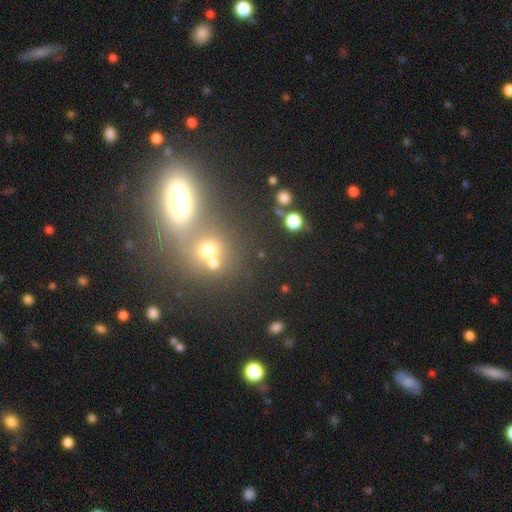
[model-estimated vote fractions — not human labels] The model was most divided on "merging": merger: 50%, none: 38%, minor disturbance: 7%, major disturbance: 4%. Remaining: smooth or featured — smooth (49%).